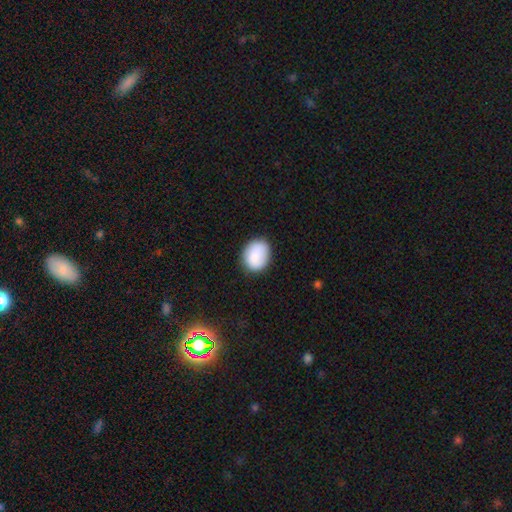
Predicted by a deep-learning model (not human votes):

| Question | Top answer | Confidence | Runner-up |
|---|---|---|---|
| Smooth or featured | smooth | 86% | star or artifact (7%) |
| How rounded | in between | 52% | round (47%) |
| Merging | none | 81% | minor disturbance (15%) |